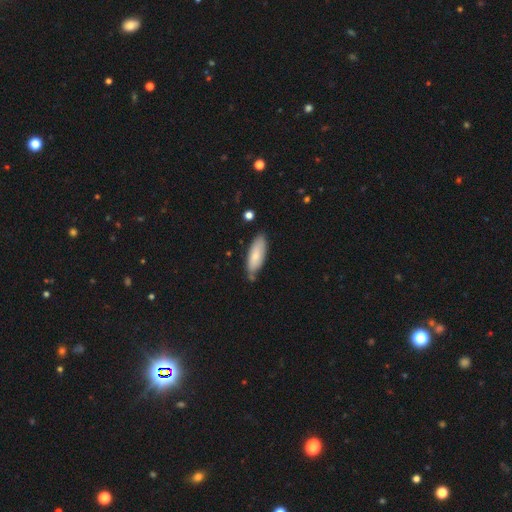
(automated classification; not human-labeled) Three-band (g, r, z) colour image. It shows a smooth galaxy with no disk features (76%) that is in between round and cigar-shaped (65%). Merging: none (70%).